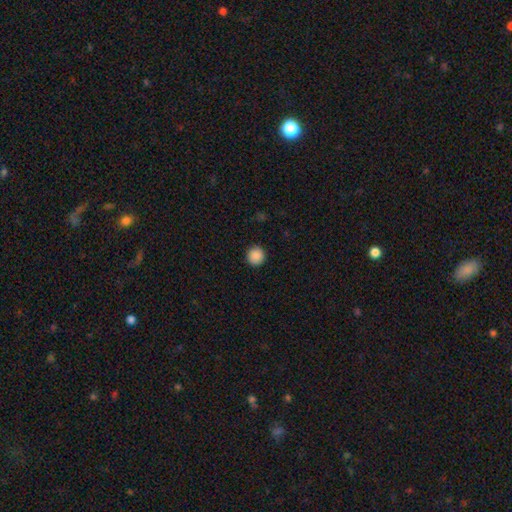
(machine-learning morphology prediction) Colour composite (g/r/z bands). It shows a smooth galaxy with no disk features (89%) that is round (95%). Merging: none (93%).